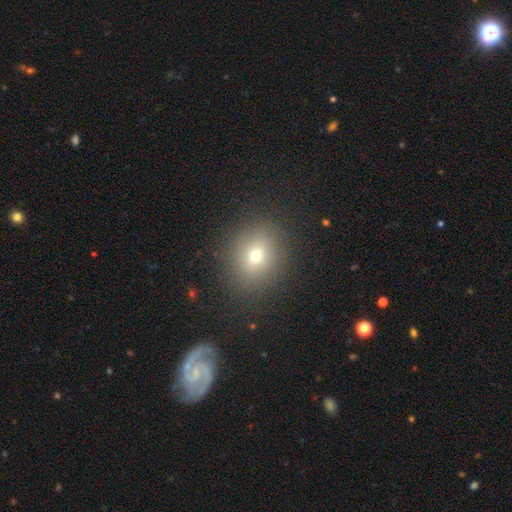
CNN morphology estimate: A smooth galaxy with no disk features (66%) that is round (65%). Merging: none (86%).